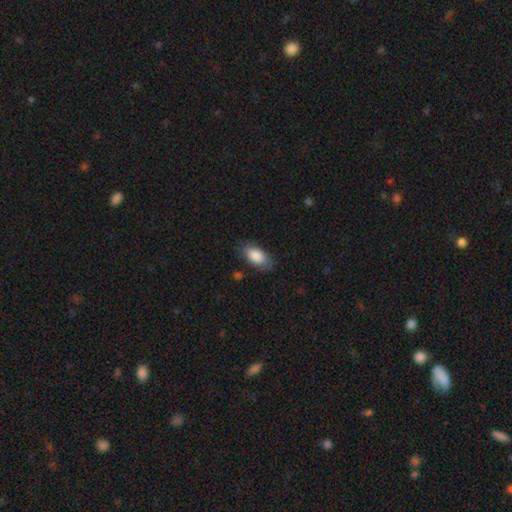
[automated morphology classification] type=smooth (86%); roundness=in between (93%); merging=none (77%).